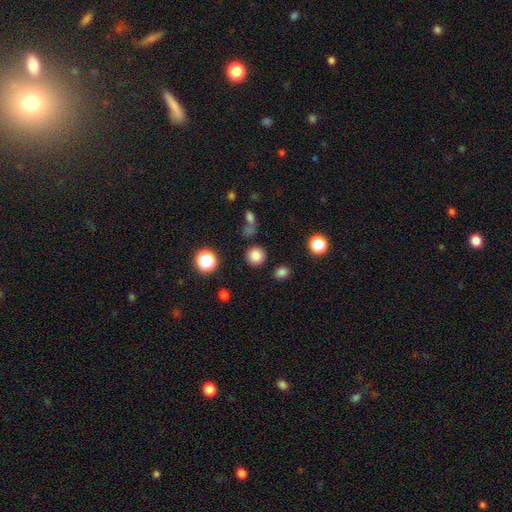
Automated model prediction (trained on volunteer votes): smooth_or_featured: smooth (p=0.82) [alt: star or artifact p=0.13]
how_rounded: round (p=0.92) [alt: in between p=0.07]
merging: none (p=0.85) [alt: minor disturbance p=0.07]